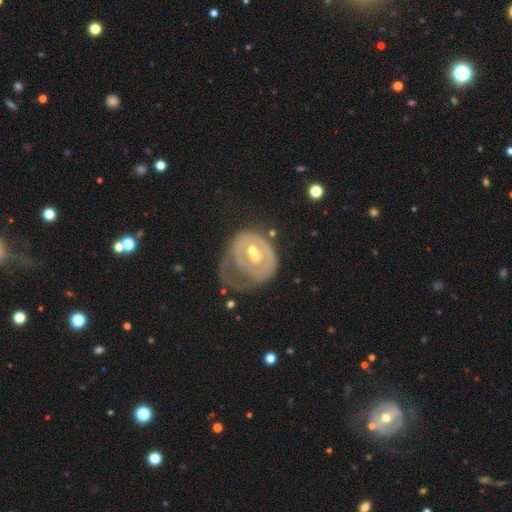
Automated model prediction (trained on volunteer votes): The model was most divided on "spiral arms": no: 51%, yes: 49%. Remaining: edge-on disk — no (97%); smooth or featured — featured or disk (68%); bar — no (57%); bulge size — moderate (56%); merging — major disturbance (42%).